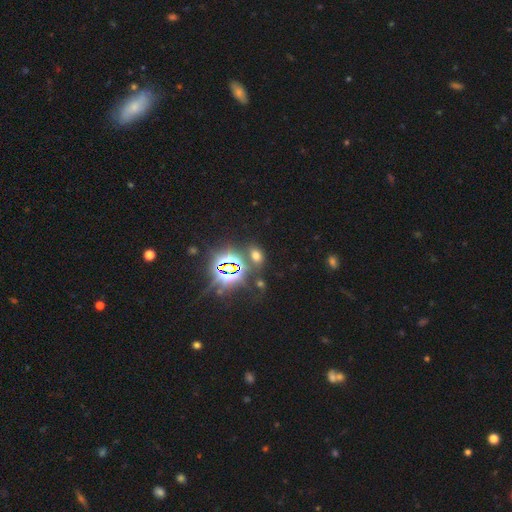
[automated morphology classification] Smooth or featured?
  - smooth: 48% *
  - star or artifact: 45%
  - featured or disk: 8%
Merging?
  - none: 75% *
  - minor disturbance: 11%
  - merger: 9%
  - major disturbance: 5%